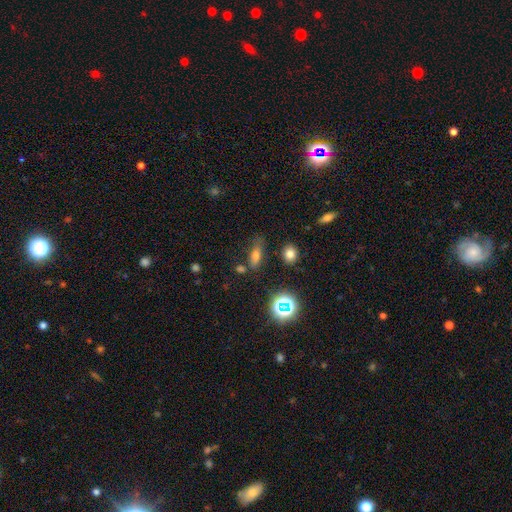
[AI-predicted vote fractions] This is likely a smooth galaxy (63%). How rounded: possibly in between (57%). Merging: likely none (67%).